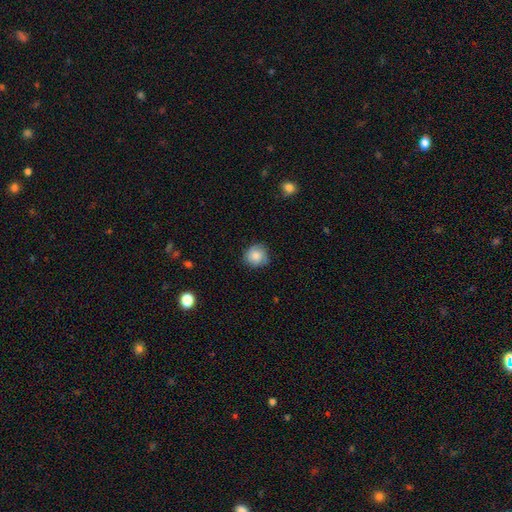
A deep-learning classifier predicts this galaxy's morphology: Smooth or featured: smooth — 81% (featured or disk — 10%)
How rounded: round — 88% (in between — 11%)
Merging: none — 76% (minor disturbance — 19%)